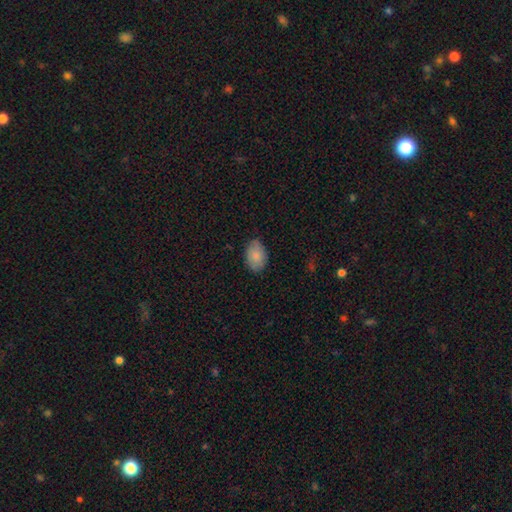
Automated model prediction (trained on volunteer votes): A smooth galaxy with no disk features (85%) that is in between round and cigar-shaped (88%).

Vote fractions:
- Smooth or featured? smooth: 85% / featured or disk: 9% / star or artifact: 6%
- How rounded? in between: 88% / round: 11% / cigar-shaped: 1%
- Merging? none: 83% / minor disturbance: 14% / major disturbance: 2% / merger: 1%